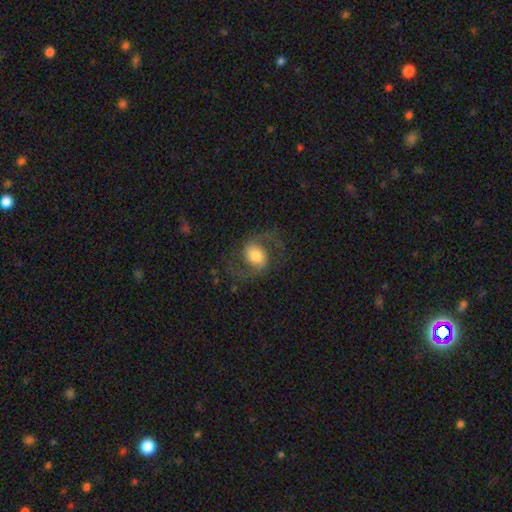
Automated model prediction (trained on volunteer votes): Smooth or featured: featured or disk — 75% (smooth — 17%)
Edge-on disk: no — 98% (yes — 2%)
Bar: no — 48% (weak — 38%)
Spiral arms: yes — 94% (no — 6%)
Spiral winding: medium — 48% (loose — 44%)
Spiral arm count: 2 — 93% (can't tell — 2%)
Bulge size: moderate — 40% (large — 35%)
Merging: none — 72% (minor disturbance — 14%)